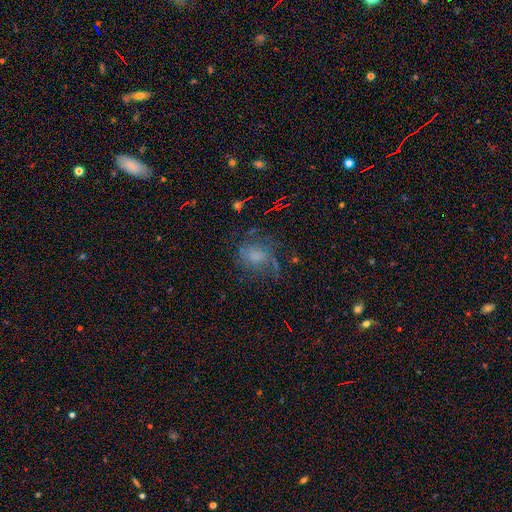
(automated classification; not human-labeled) This appears to be a smooth galaxy with no disk features (46%). Merging: none (55%).